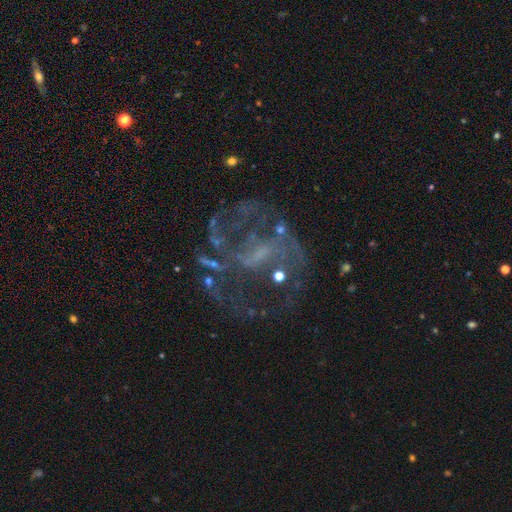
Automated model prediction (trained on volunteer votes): featured or disk 73%, star or artifact 16%, smooth 11%. Down the decision tree: edge-on disk — no (97%); bar — weak (40%); spiral arms — yes (63%); bulge size — none (49%); merging — none (41%).